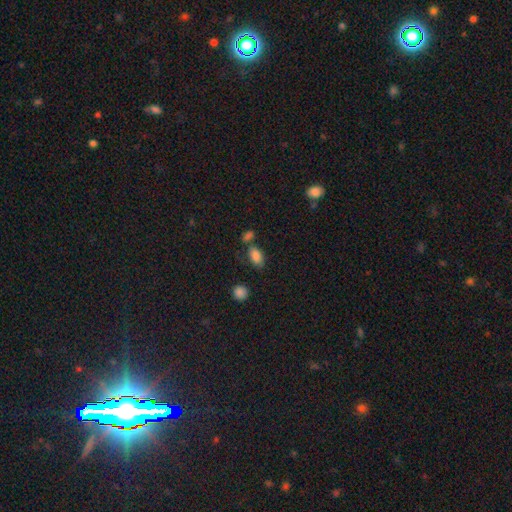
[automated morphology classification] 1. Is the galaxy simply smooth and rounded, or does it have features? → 85% smooth, 10% star or artifact, 6% featured or disk.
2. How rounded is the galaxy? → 90% in between, 7% round, 3% cigar-shaped.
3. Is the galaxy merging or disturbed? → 60% none, 20% merger, 15% minor disturbance, 5% major disturbance.